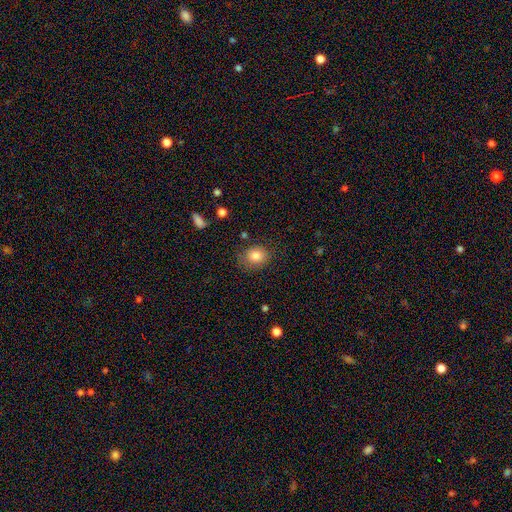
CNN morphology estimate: Q: Smooth or featured?
A: smooth (83%); runner-up: star or artifact (10%)
Q: How rounded?
A: round (61%); runner-up: in between (39%)
Q: Merging?
A: none (77%); runner-up: minor disturbance (16%)